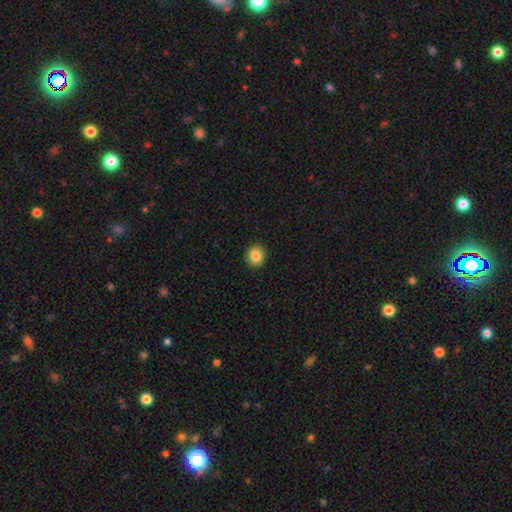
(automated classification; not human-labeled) This is clearly a smooth galaxy (85%). How rounded: likely round (68%). Merging: clearly none (91%).